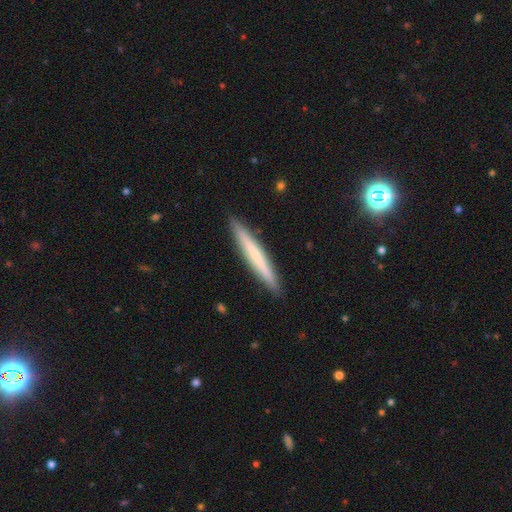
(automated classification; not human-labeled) Morphology: type=smooth (59%); roundness=cigar-shaped (96%); merging=none (92%).